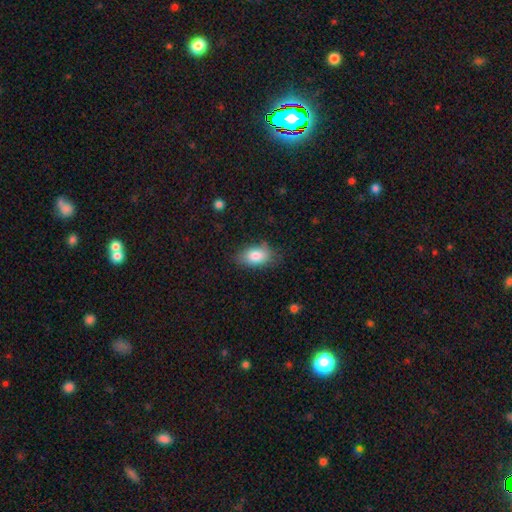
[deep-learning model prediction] Smooth or featured? Predicted: smooth (p=0.83). How rounded? Predicted: in between (p=0.90). Merging? Predicted: none (p=0.72).